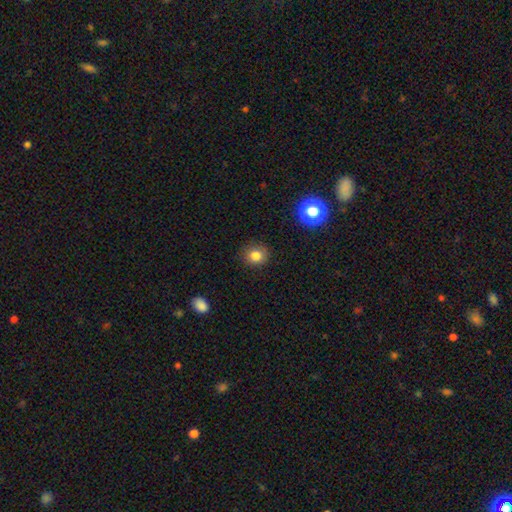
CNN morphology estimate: Q: Smooth or featured?
A: smooth (82%); runner-up: star or artifact (13%)
Q: How rounded?
A: round (81%); runner-up: in between (18%)
Q: Merging?
A: none (87%); runner-up: minor disturbance (9%)